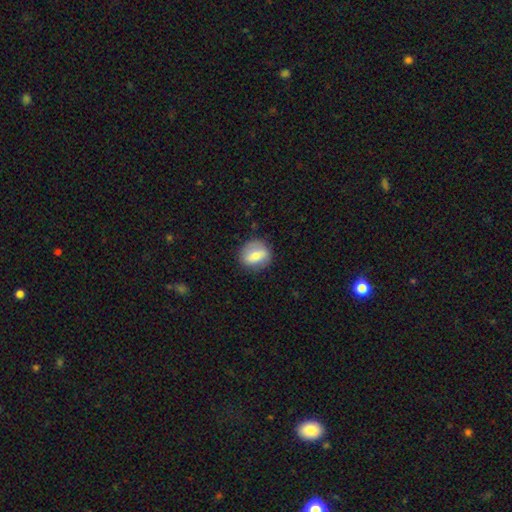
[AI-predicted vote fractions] smooth_or_featured: smooth (p=0.60) [alt: featured or disk p=0.33]
how_rounded: round (p=0.69) [alt: in between p=0.29]
merging: none (p=0.82) [alt: minor disturbance p=0.13]